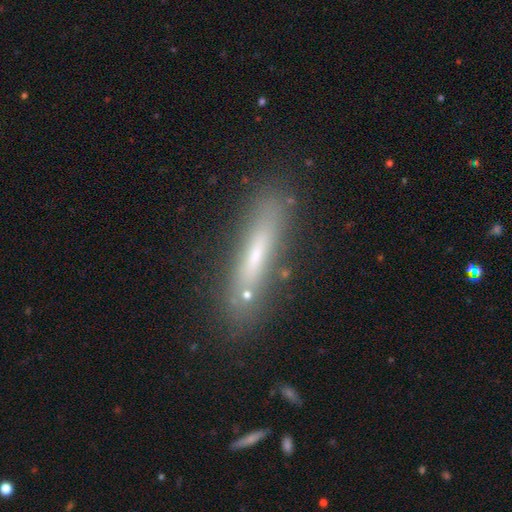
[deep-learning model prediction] smooth_or_featured: smooth (p=0.51) [alt: featured or disk p=0.38]
how_rounded: cigar-shaped (p=0.86) [alt: in between p=0.12]
merging: none (p=0.78) [alt: minor disturbance p=0.12]